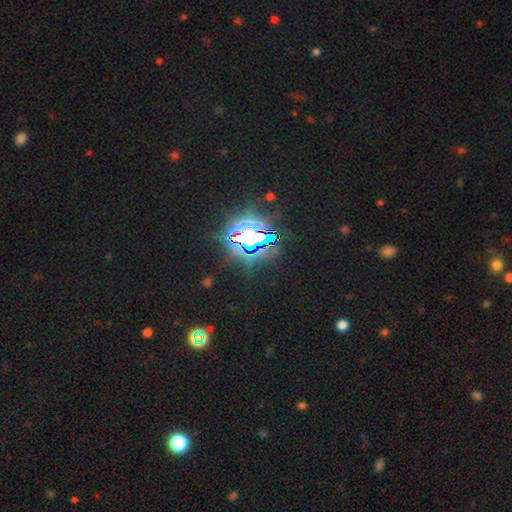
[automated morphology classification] Smooth or featured?
  - star or artifact: 85% *
  - smooth: 9%
  - featured or disk: 6%